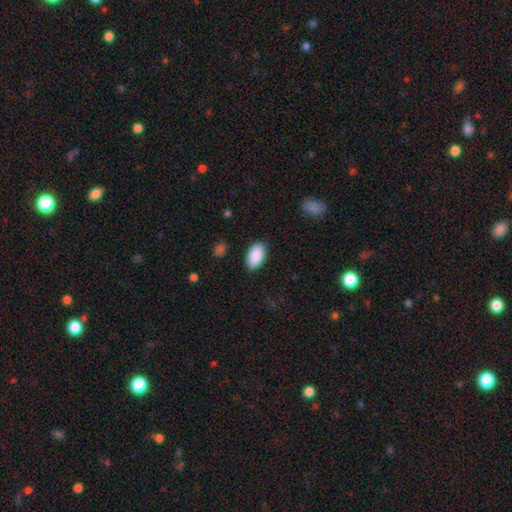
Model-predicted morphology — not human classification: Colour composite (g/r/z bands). It shows a smooth galaxy with no disk features (90%) that is in between round and cigar-shaped (95%). Merging: none (85%).